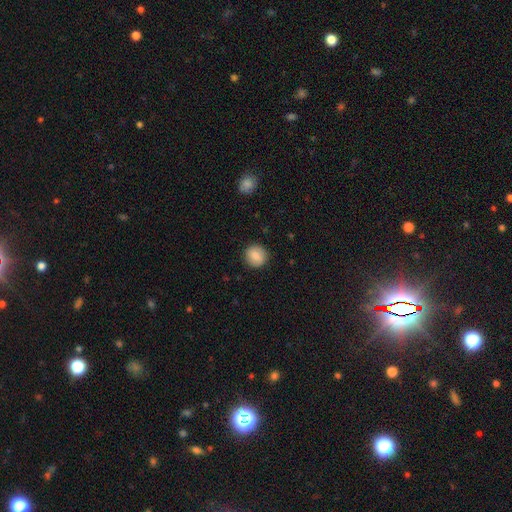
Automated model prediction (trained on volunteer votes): smooth_or_featured: smooth (p=0.85) [alt: featured or disk p=0.08]
how_rounded: round (p=0.88) [alt: in between p=0.11]
merging: none (p=0.89) [alt: minor disturbance p=0.07]